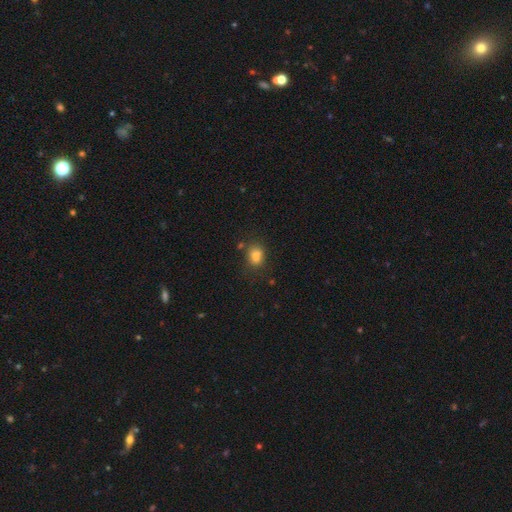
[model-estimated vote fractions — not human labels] This is clearly a smooth galaxy (82%). How rounded: possibly in between (58%). Merging: likely none (67%).